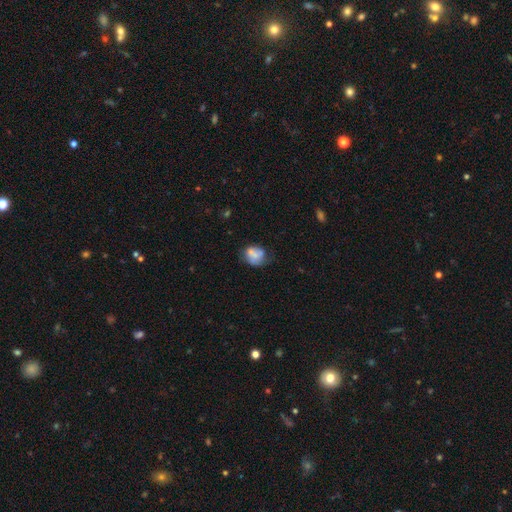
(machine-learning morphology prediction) smooth-or-featured: smooth: 61% | featured or disk: 30% | star or artifact: 10%
  how-rounded: round: 53% | in between: 45% | cigar-shaped: 1%
  merging: none: 39% | minor disturbance: 25% | merger: 24% | major disturbance: 12%